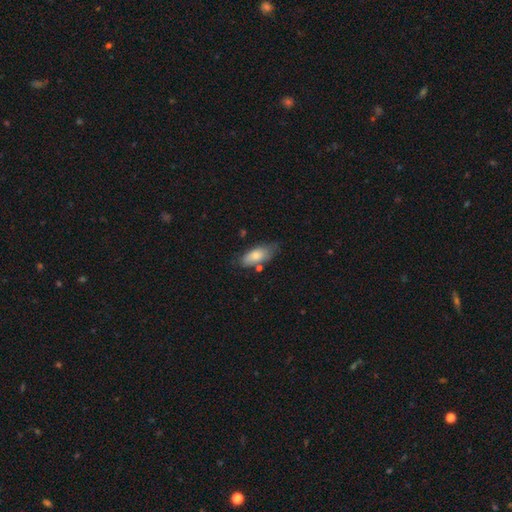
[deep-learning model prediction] The model was most divided on "merging": none: 60%, minor disturbance: 28%, merger: 7%, major disturbance: 6%. More confident: how rounded — in between (85%); smooth or featured — smooth (75%).